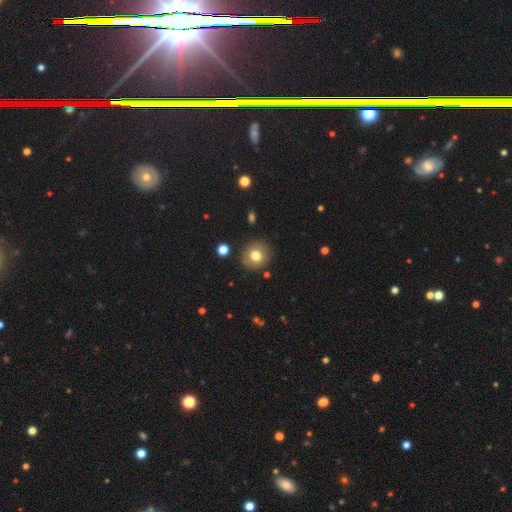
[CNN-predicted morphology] type=smooth (76%); roundness=round (88%); merging=none (88%).